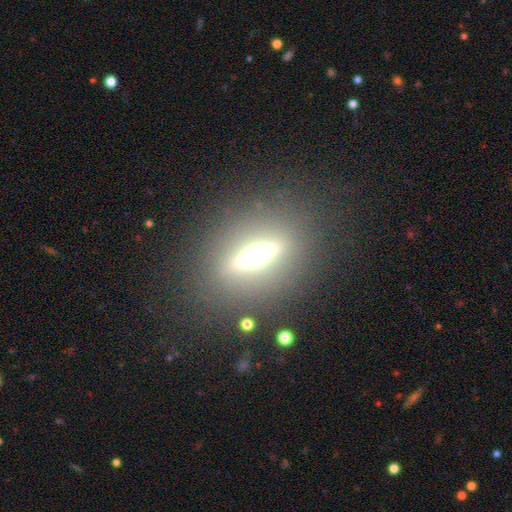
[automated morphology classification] Smooth or featured? Predicted: featured or disk (p=0.60). Edge-on disk? Predicted: yes (p=0.84). Merging? Predicted: none (p=0.84).